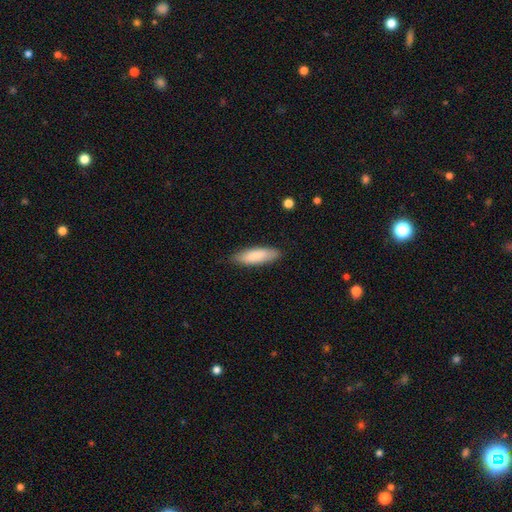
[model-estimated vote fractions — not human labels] A smooth galaxy with no disk features (85%) that is cigar-shaped (50%).

Vote fractions:
- Smooth or featured? smooth: 85% / featured or disk: 9% / star or artifact: 5%
- How rounded? cigar-shaped: 50% / in between: 48% / round: 1%
- Merging? none: 85% / minor disturbance: 12% / major disturbance: 2% / merger: 1%